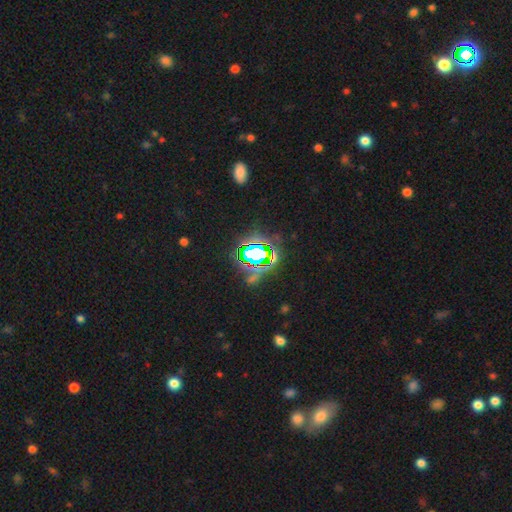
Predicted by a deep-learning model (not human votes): A star or artifact, not a galaxy (74%).

Vote fractions:
- Smooth or featured? star or artifact: 74% / smooth: 14% / featured or disk: 12%